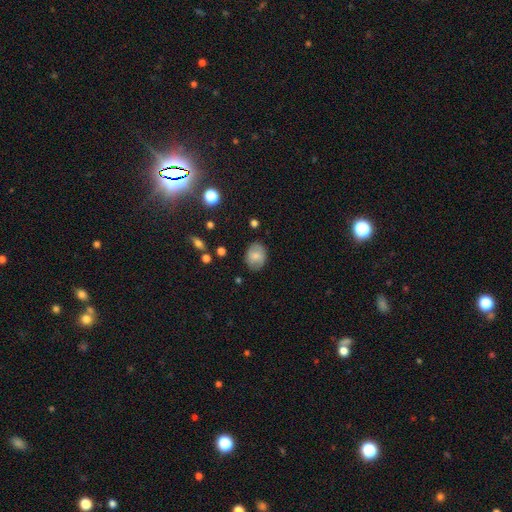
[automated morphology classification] Q: Smooth or featured?
A: smooth (73%); runner-up: featured or disk (18%)
Q: How rounded?
A: in between (55%); runner-up: round (44%)
Q: Merging?
A: none (82%); runner-up: minor disturbance (14%)